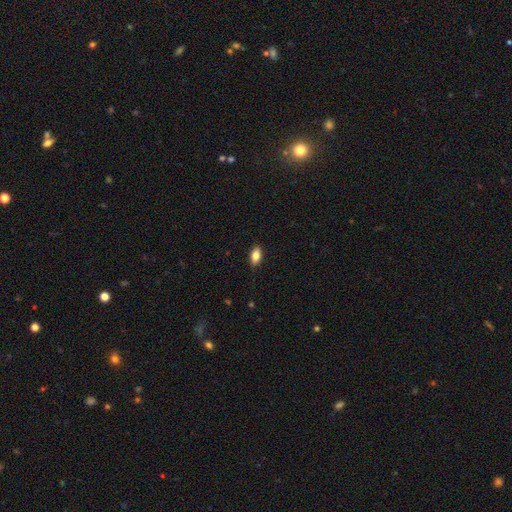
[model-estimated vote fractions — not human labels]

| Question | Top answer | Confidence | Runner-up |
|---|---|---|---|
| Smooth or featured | smooth | 81% | featured or disk (11%) |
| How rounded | in between | 89% | cigar-shaped (6%) |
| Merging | none | 88% | minor disturbance (9%) |